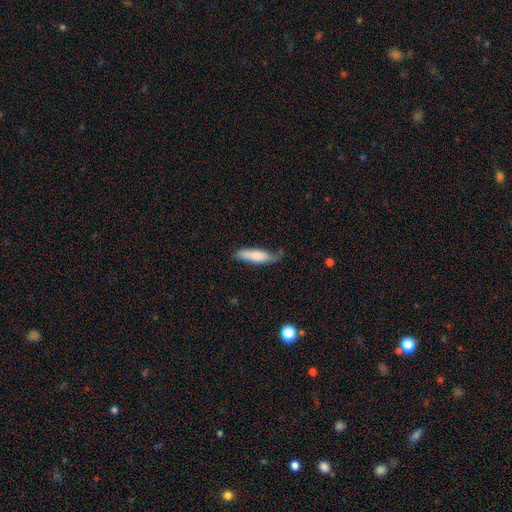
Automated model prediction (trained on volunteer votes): smooth-or-featured: smooth: 77% | featured or disk: 18% | star or artifact: 6%
  how-rounded: cigar-shaped: 65% | in between: 34% | round: 2%
  merging: none: 64% | minor disturbance: 28% | major disturbance: 5% | merger: 2%